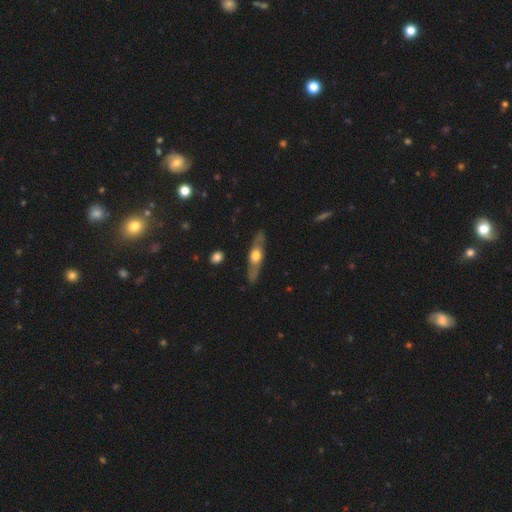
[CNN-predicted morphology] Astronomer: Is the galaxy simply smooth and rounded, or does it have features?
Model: featured or disk — 63%.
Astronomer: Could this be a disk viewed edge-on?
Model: yes — 77%.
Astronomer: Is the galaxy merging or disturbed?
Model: none — 82%.